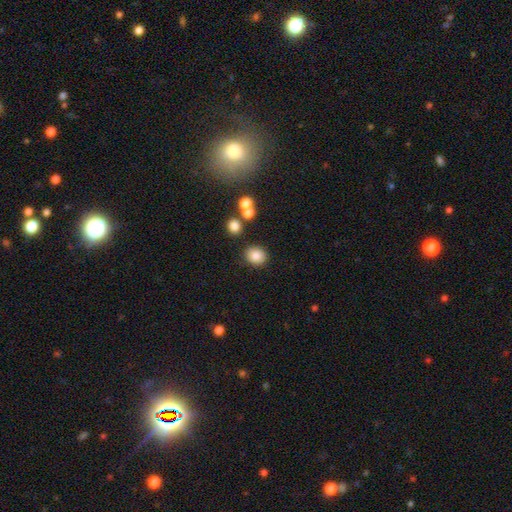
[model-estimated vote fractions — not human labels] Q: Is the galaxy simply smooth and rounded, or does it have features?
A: smooth — 84%.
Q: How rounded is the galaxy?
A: round — 72%.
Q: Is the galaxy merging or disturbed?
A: none — 83%.